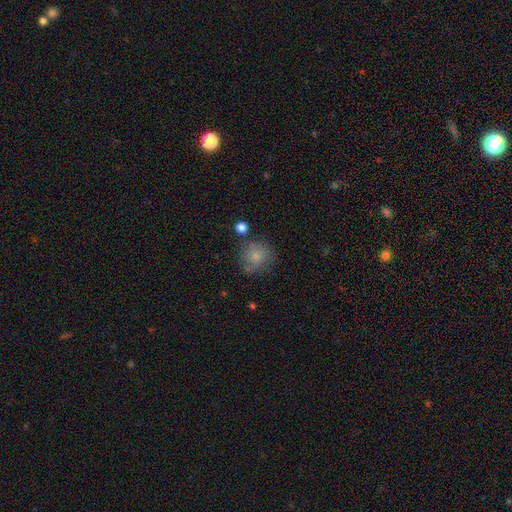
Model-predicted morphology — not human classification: Smooth or featured? Predicted: smooth (p=0.77). How rounded? Predicted: round (p=0.86). Merging? Predicted: none (p=0.64).